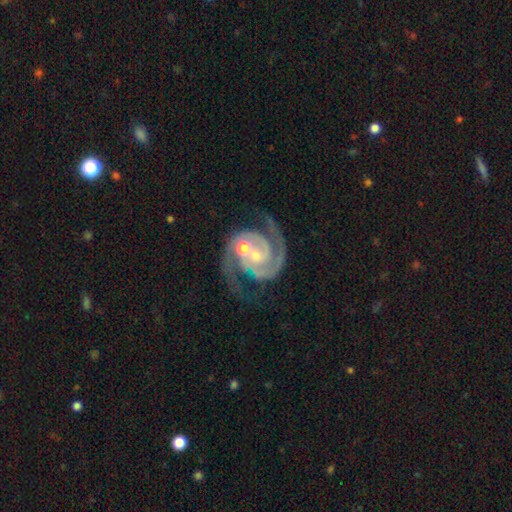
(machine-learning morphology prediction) This appears to be a featured or disk galaxy (93%) with no bar (61%), 2 (90%) tight (49%) spiral arms (99%) and a moderate central bulge (52%). Merging: none (58%).